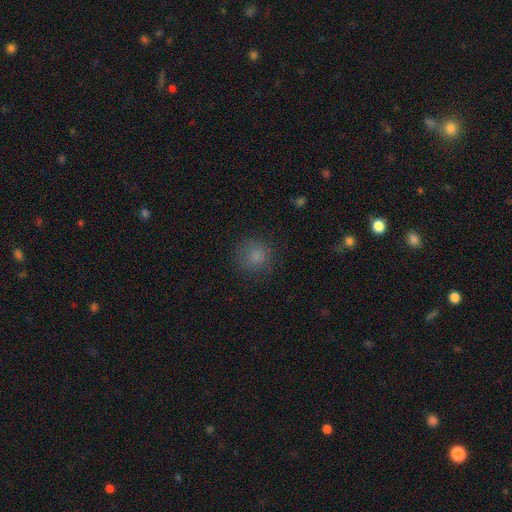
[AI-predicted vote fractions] Q: Smooth or featured?
A: smooth (81%); runner-up: star or artifact (13%)
Q: How rounded?
A: round (91%); runner-up: in between (8%)
Q: Merging?
A: none (81%); runner-up: minor disturbance (13%)